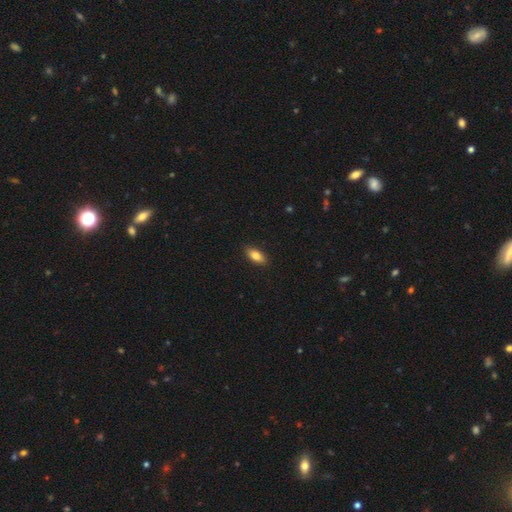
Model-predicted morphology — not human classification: The model was most divided on "smooth or featured": smooth: 79%, featured or disk: 14%, star or artifact: 7%. More confident: merging — none (89%); how rounded — in between (84%).